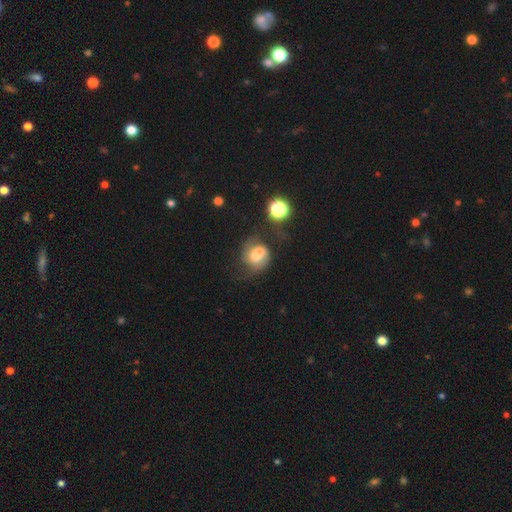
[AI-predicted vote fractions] A smooth galaxy with no disk features (49%).

Vote fractions:
- Smooth or featured? smooth: 49% / featured or disk: 40% / star or artifact: 11%
- Merging? merger: 52% / none: 23% / major disturbance: 13% / minor disturbance: 12%